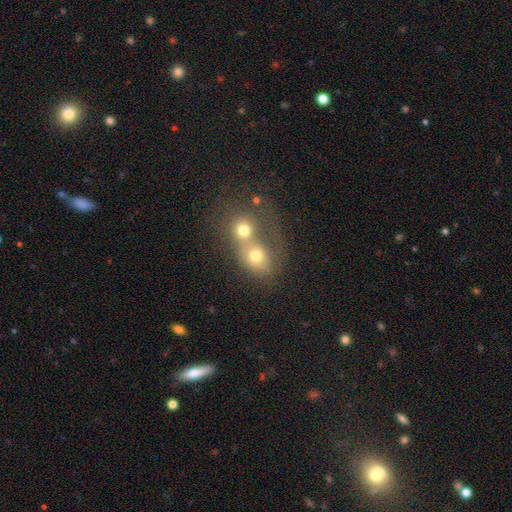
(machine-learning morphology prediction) This appears to be a smooth galaxy with no disk features (67%) that is round (64%). Merging: merger (68%).